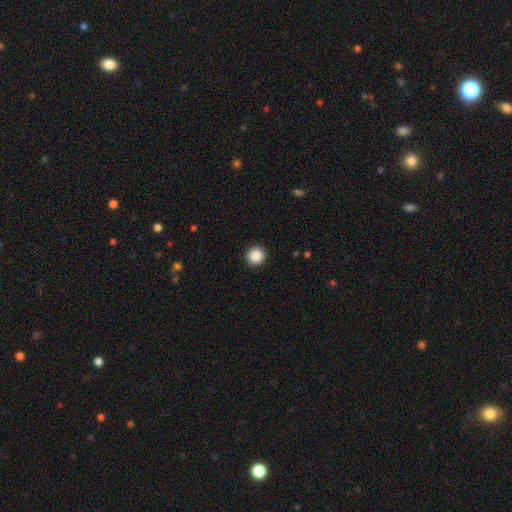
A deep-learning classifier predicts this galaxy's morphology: This is clearly a smooth galaxy (88%). How rounded: clearly round (95%). Merging: clearly none (93%).